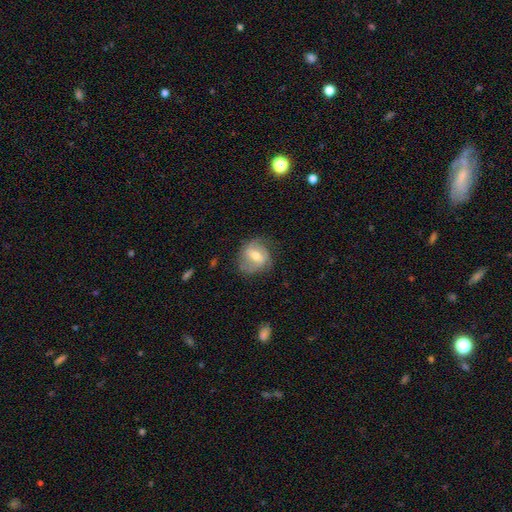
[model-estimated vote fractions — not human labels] Smooth or featured?
  - featured or disk: 57% *
  - smooth: 36%
  - star or artifact: 7%
Edge-on disk?
  - no: 95% *
  - yes: 5%
Bar?
  - weak: 47% *
  - strong: 32%
  - no: 21%
Spiral arms?
  - yes: 72% *
  - no: 28%
Bulge size?
  - moderate: 68% *
  - small: 26%
  - large: 5%
  - none: 1%
  - dominant: 1%
Merging?
  - none: 66% *
  - minor disturbance: 23%
  - major disturbance: 10%
  - merger: 1%